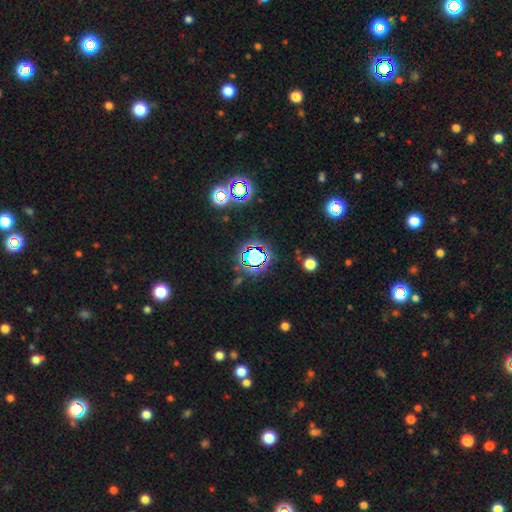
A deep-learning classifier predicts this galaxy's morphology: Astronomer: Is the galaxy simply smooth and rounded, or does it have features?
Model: star or artifact — 64%.